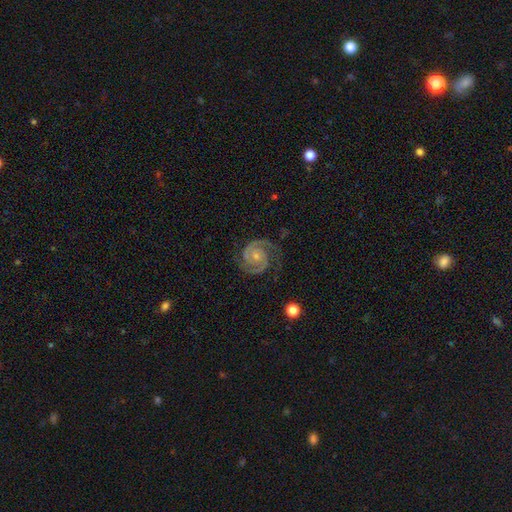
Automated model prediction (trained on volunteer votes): The model was most divided on "spiral winding": tight: 61%, medium: 35%, loose: 4%. More confident: spiral arms — yes (99%); edge-on disk — no (98%); smooth or featured — featured or disk (92%); spiral arm count — 2 (91%); merging — none (77%); bar — no (69%); bulge size — small (63%).